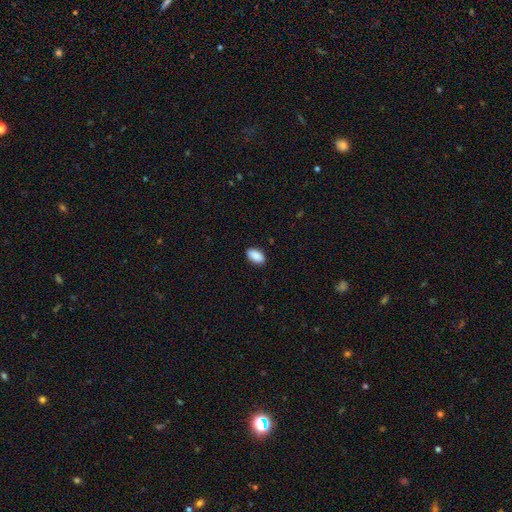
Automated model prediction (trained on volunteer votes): Smooth or featured?
  - smooth: 90% *
  - star or artifact: 7%
  - featured or disk: 3%
How rounded?
  - in between: 94% *
  - round: 3%
  - cigar-shaped: 3%
Merging?
  - none: 89% *
  - minor disturbance: 8%
  - major disturbance: 2%
  - merger: 1%